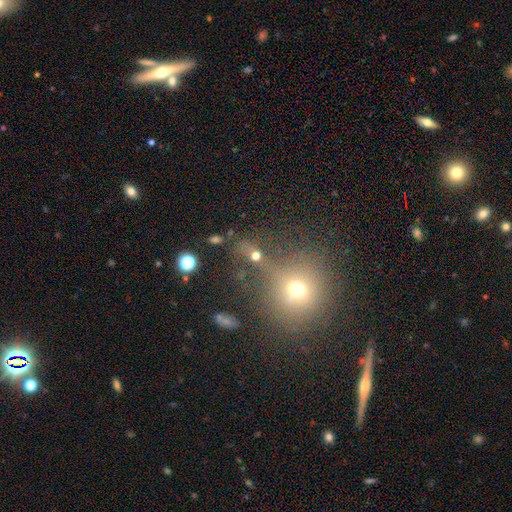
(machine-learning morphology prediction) Smooth or featured: smooth — 55% (star or artifact — 28%)
How rounded: round — 60% (in between — 35%)
Merging: none — 40% (merger — 34%)